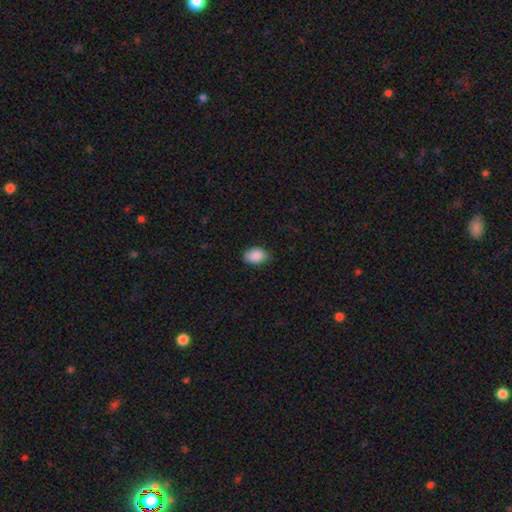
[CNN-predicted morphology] smooth_or_featured: smooth (p=0.89) [alt: star or artifact p=0.07]
how_rounded: in between (p=0.83) [alt: round p=0.16]
merging: none (p=0.78) [alt: minor disturbance p=0.19]